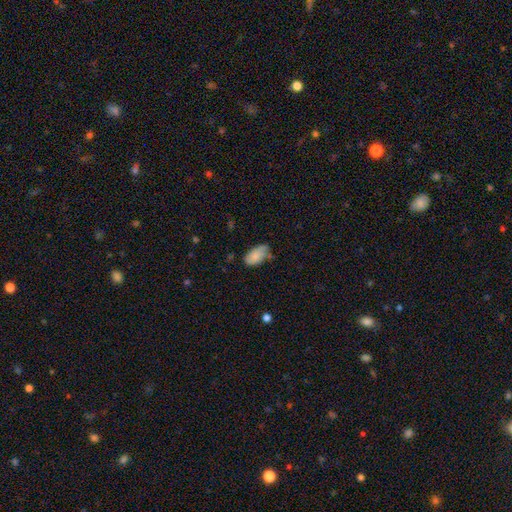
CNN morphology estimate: This appears to be a smooth galaxy with no disk features (79%) that is in between round and cigar-shaped (94%). Merging: none (50%).